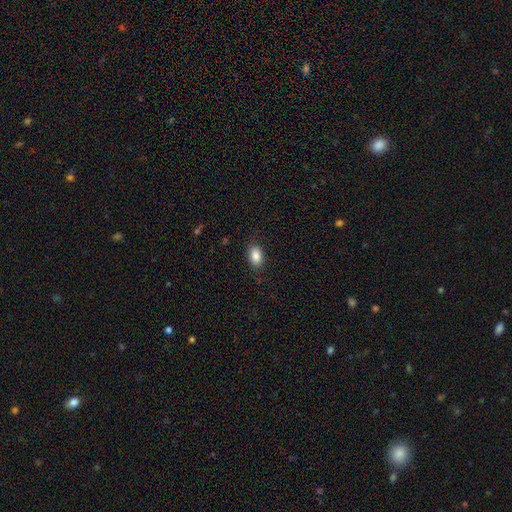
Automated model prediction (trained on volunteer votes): Morphology: type=smooth (87%); roundness=in between (89%); merging=none (84%).